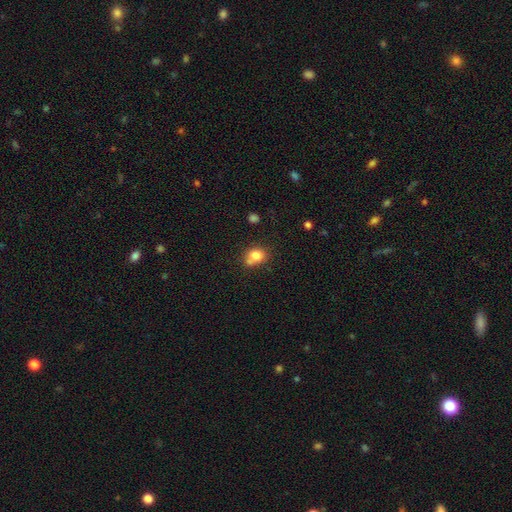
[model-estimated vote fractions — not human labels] smooth-or-featured: smooth: 79% | star or artifact: 11% | featured or disk: 10%
  how-rounded: round: 67% | in between: 32% | cigar-shaped: 1%
  merging: none: 51% | merger: 30% | minor disturbance: 15% | major disturbance: 5%